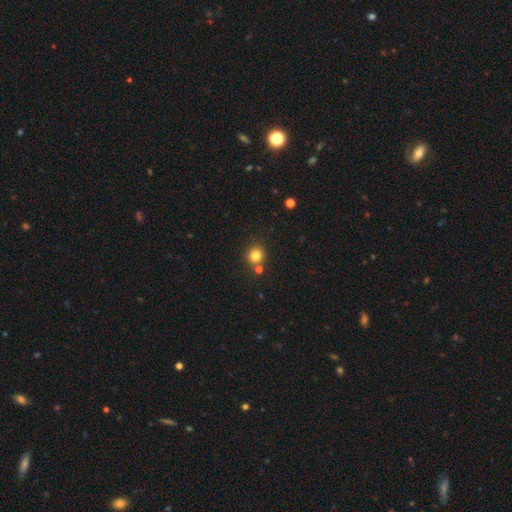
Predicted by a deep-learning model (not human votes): Smooth or featured? smooth (81%)
How rounded? round (89%)
Merging? none (75%)